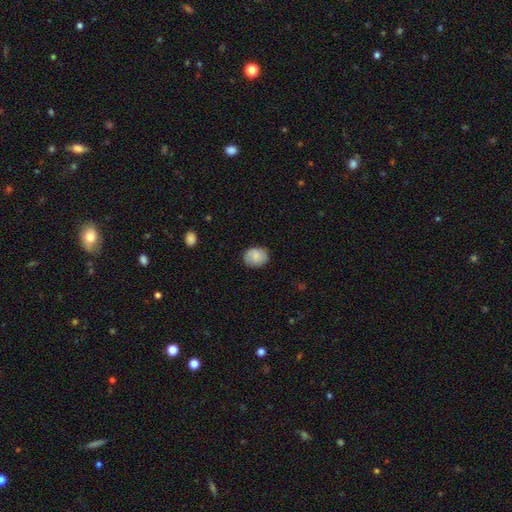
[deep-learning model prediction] This is likely a smooth galaxy (78%). How rounded: possibly round (54%). Merging: likely none (80%).